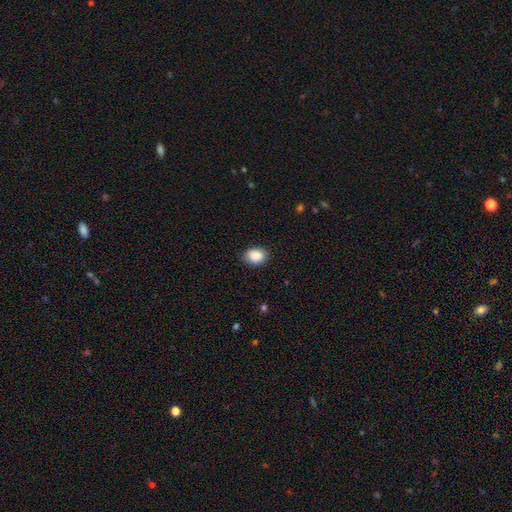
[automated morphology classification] Smooth or featured? smooth (88%)
How rounded? in between (66%)
Merging? none (80%)